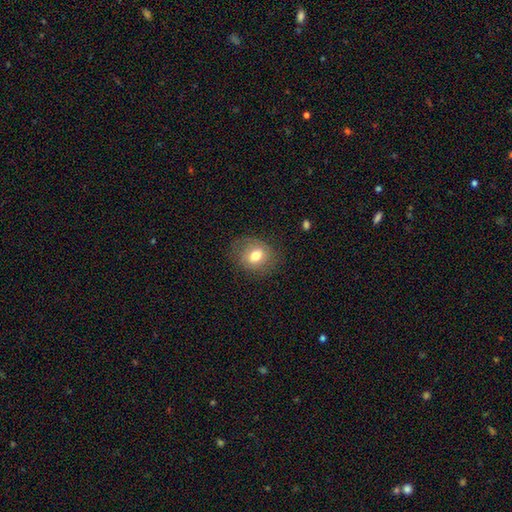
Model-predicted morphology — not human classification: smooth_or_featured: smooth (p=0.69) [alt: featured or disk p=0.21]
how_rounded: round (p=0.57) [alt: in between p=0.42]
merging: none (p=0.75) [alt: minor disturbance p=0.17]